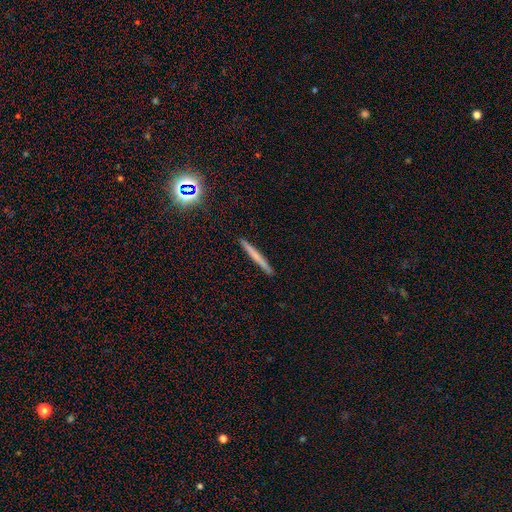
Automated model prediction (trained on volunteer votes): Smooth or featured? Predicted: smooth (p=0.56). How rounded? Predicted: cigar-shaped (p=0.96). Merging? Predicted: none (p=0.91).